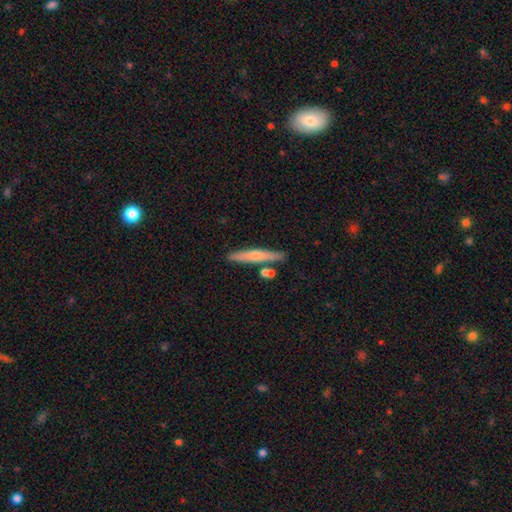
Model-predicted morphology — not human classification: This appears to be a smooth galaxy with no disk features (54%) that is cigar-shaped (92%). Merging: none (79%).